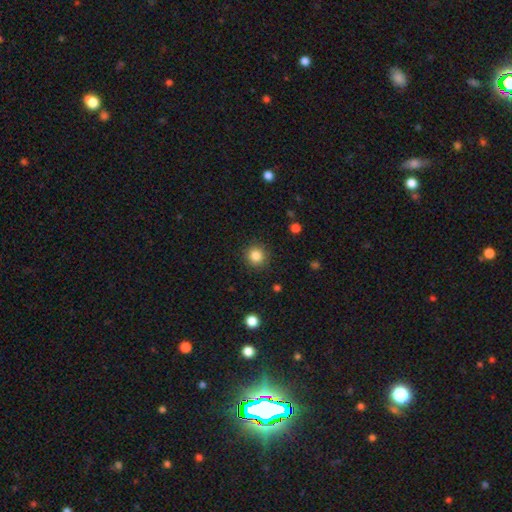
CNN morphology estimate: This appears to be a smooth galaxy with no disk features (84%) that is round (93%). Merging: none (90%).